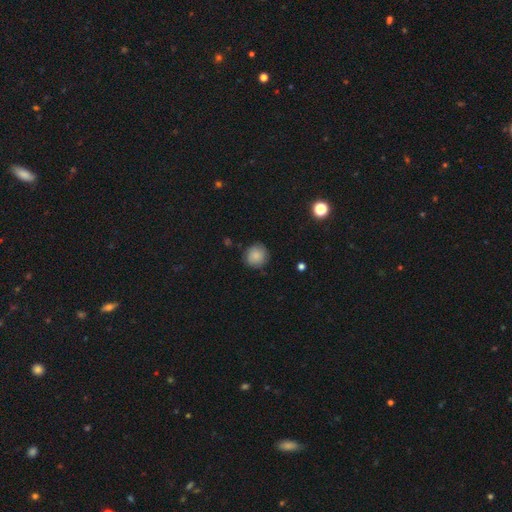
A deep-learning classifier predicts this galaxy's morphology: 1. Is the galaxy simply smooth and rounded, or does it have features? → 84% smooth, 8% star or artifact, 8% featured or disk.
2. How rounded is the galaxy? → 88% round, 11% in between, 1% cigar-shaped.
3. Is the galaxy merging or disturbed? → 82% none, 14% minor disturbance, 3% major disturbance, 1% merger.